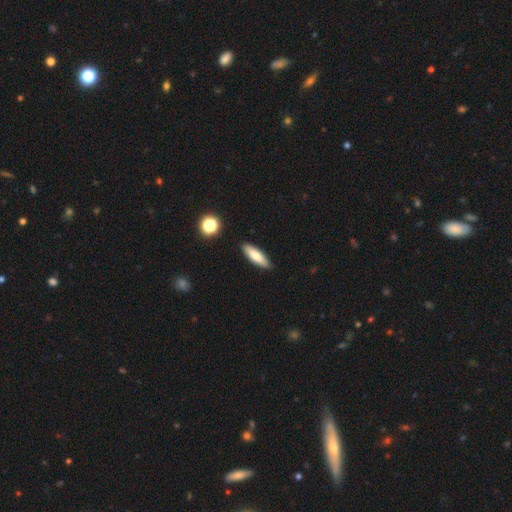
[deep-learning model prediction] Smooth or featured? Predicted: smooth (p=0.76). How rounded? Predicted: cigar-shaped (p=0.56). Merging? Predicted: none (p=0.87).